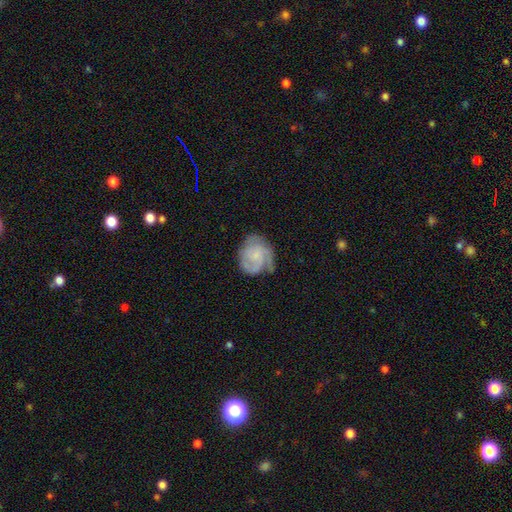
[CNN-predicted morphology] A featured or disk galaxy (69%) with no bar (70%), 3 (30%) tight (50%) spiral arms (92%) and a small central bulge (53%). Merging: none (59%).